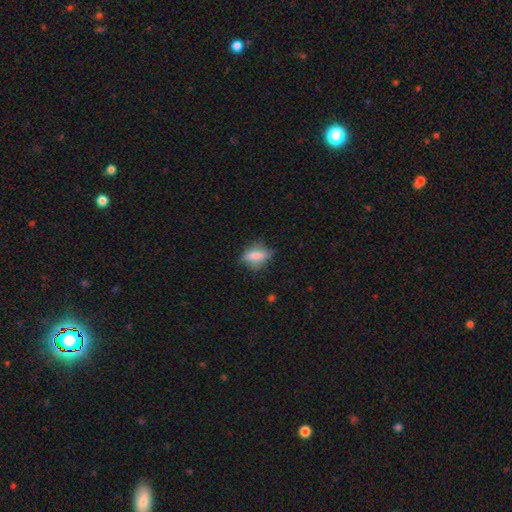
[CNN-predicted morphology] Q: Smooth or featured?
A: smooth (66%); runner-up: featured or disk (25%)
Q: How rounded?
A: in between (67%); runner-up: cigar-shaped (21%)
Q: Merging?
A: none (67%); runner-up: minor disturbance (24%)